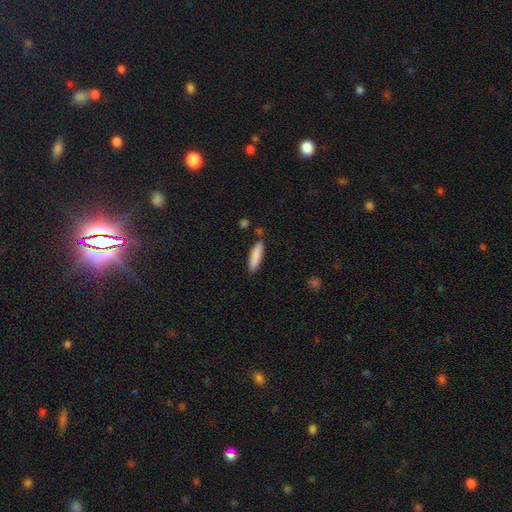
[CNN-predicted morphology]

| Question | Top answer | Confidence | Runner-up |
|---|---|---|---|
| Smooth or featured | smooth | 86% | featured or disk (8%) |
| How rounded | cigar-shaped | 73% | in between (26%) |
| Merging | none | 82% | minor disturbance (12%) |